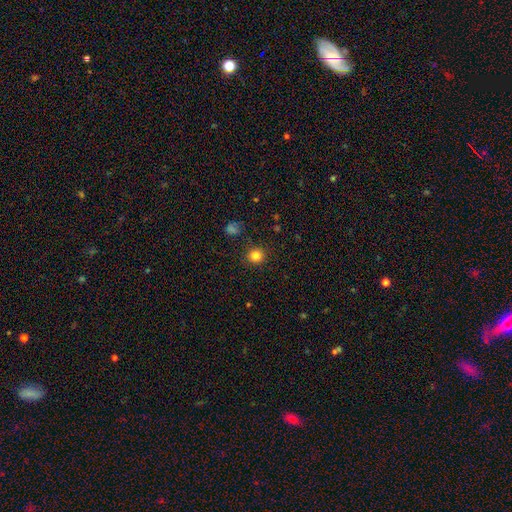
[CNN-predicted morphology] smooth-or-featured: smooth: 82% | star or artifact: 13% | featured or disk: 5%
  how-rounded: round: 91% | in between: 8% | cigar-shaped: 1%
  merging: none: 90% | minor disturbance: 6% | major disturbance: 2% | merger: 1%